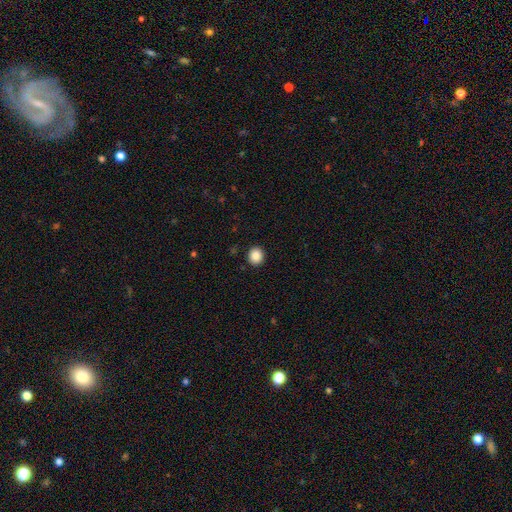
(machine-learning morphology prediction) Smooth or featured: smooth — 88% (star or artifact — 9%)
How rounded: round — 87% (in between — 12%)
Merging: none — 92% (minor disturbance — 5%)